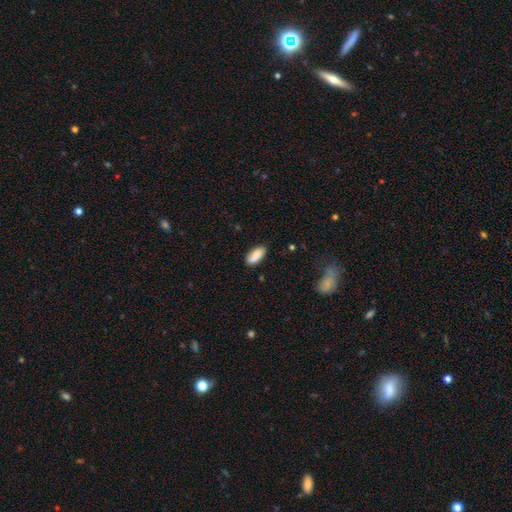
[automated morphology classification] Smooth or featured?
  - smooth: 84% *
  - featured or disk: 9%
  - star or artifact: 7%
How rounded?
  - in between: 82% *
  - cigar-shaped: 16%
  - round: 2%
Merging?
  - none: 78% *
  - minor disturbance: 16%
  - merger: 3%
  - major disturbance: 3%